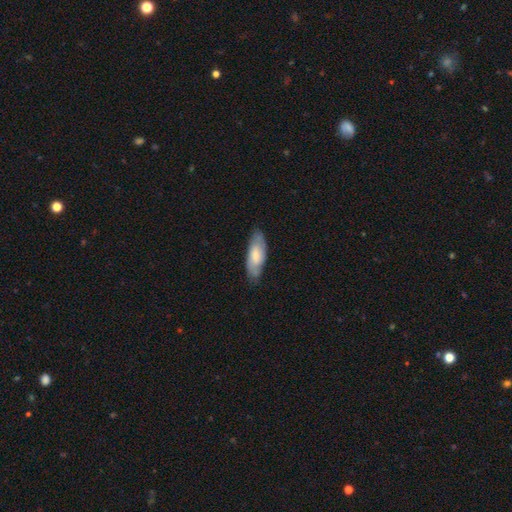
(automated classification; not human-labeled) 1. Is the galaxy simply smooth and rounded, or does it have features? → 65% smooth, 29% featured or disk, 5% star or artifact.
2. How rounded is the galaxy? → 73% in between, 26% cigar-shaped, 2% round.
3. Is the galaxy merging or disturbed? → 77% none, 18% minor disturbance, 4% major disturbance, 1% merger.